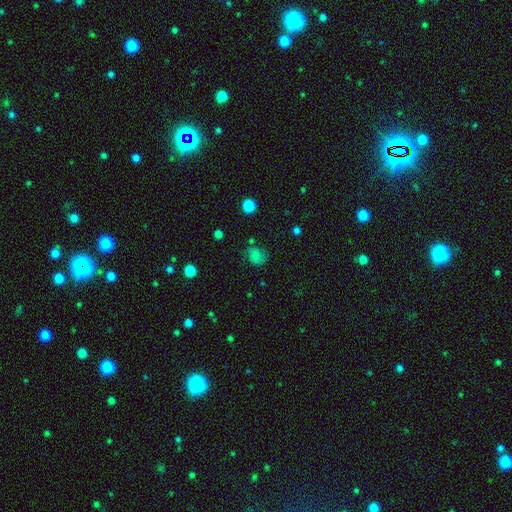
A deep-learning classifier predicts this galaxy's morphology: Smooth or featured? Predicted: smooth (p=0.73). How rounded? Predicted: round (p=0.66). Merging? Predicted: none (p=0.65).